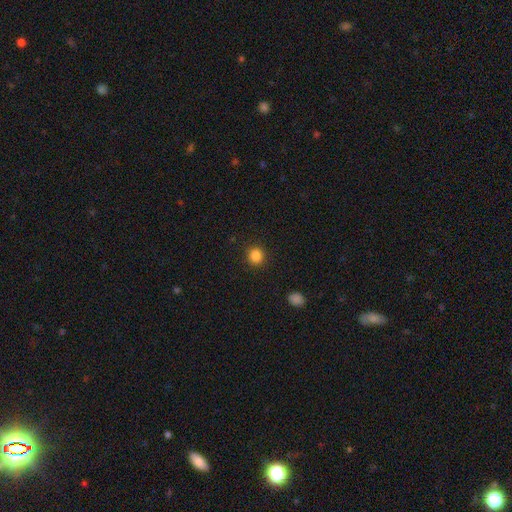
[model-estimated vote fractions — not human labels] Smooth or featured? smooth (86%)
How rounded? round (89%)
Merging? none (91%)